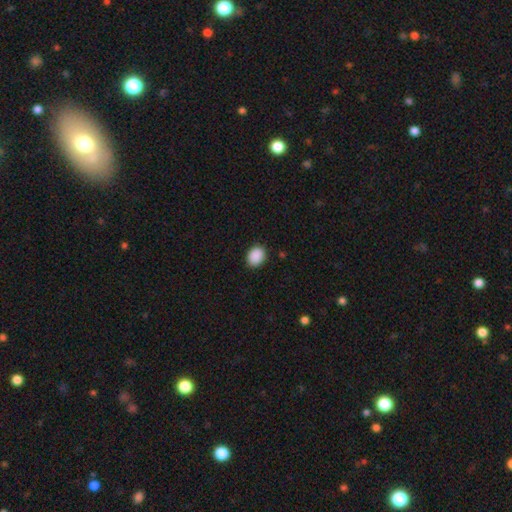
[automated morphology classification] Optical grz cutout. It shows a smooth galaxy with no disk features (90%) that is in between round and cigar-shaped (50%, tied with round). Merging: none (88%).